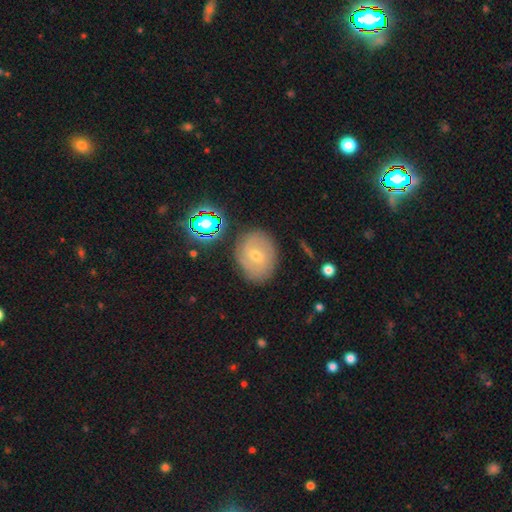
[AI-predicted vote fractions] Overall: featured or disk (47%; smooth 39%). Merging: none (81%).